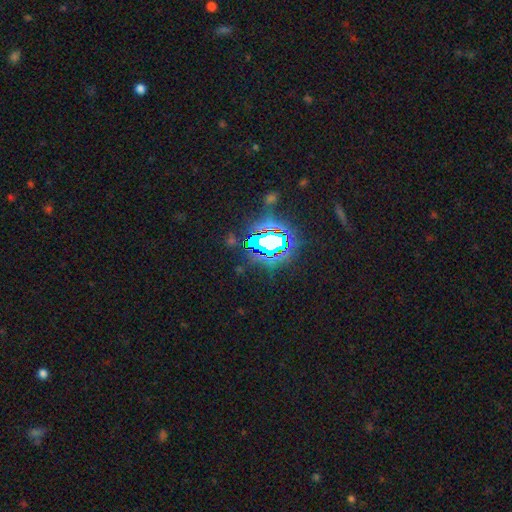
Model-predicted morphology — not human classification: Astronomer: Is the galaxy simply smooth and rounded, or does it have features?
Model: star or artifact — 76%.